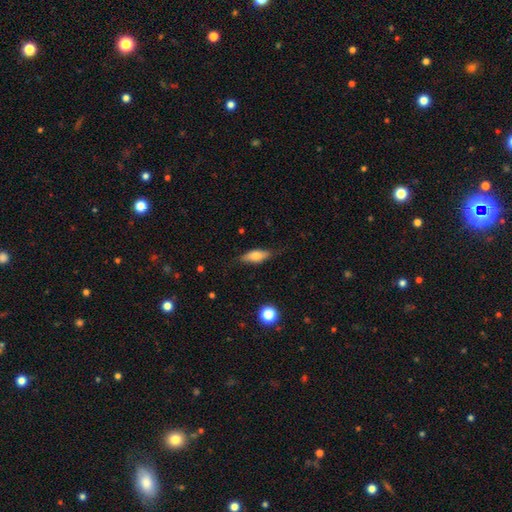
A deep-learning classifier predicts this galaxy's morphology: This appears to be a smooth galaxy with no disk features (67%) that is in between round and cigar-shaped (73%). Merging: none (75%).